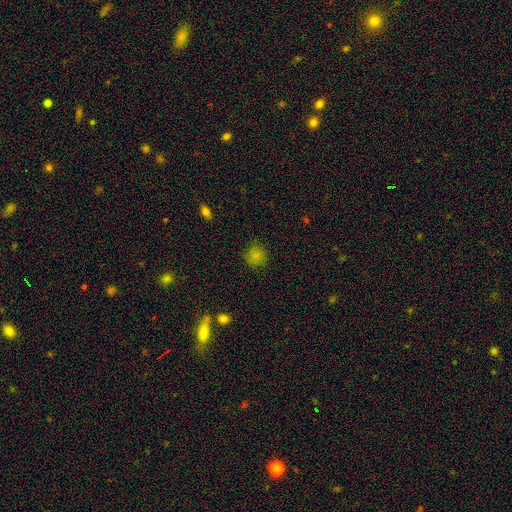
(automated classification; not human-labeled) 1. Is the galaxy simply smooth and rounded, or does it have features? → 82% smooth, 14% star or artifact, 5% featured or disk.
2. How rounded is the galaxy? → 89% round, 9% in between, 1% cigar-shaped.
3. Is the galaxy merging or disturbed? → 85% none, 11% minor disturbance, 3% major disturbance, 1% merger.